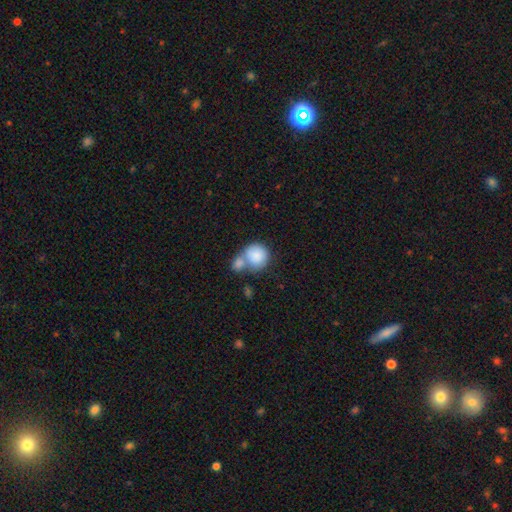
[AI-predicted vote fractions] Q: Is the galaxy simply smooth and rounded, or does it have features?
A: smooth — 85%.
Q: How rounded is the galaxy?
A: round — 85%.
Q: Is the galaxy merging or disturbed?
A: merger — 53%.